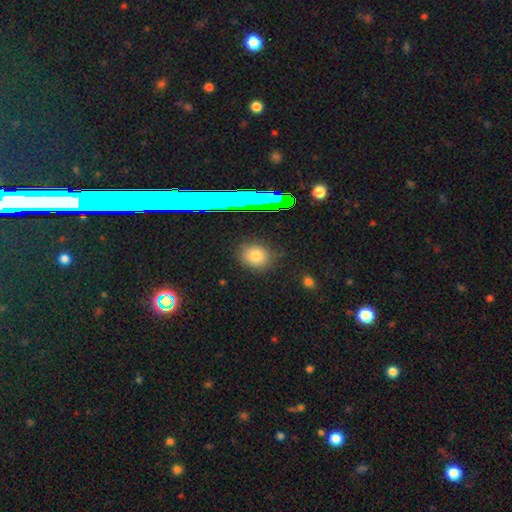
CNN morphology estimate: This is likely a smooth galaxy (76%). How rounded: likely round (74%). Merging: clearly none (84%).